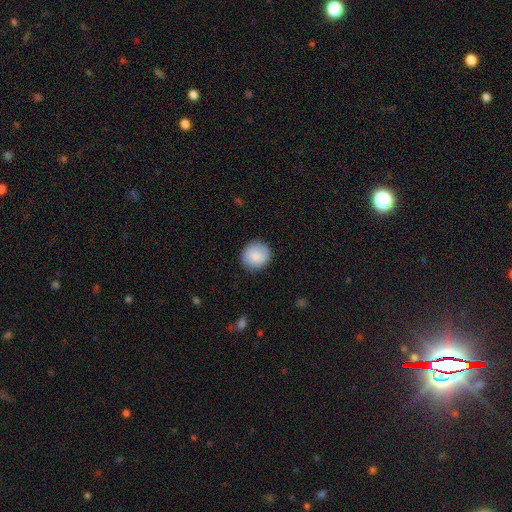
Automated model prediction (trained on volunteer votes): Smooth or featured: smooth — 88% (star or artifact — 7%)
How rounded: round — 91% (in between — 9%)
Merging: none — 90% (minor disturbance — 7%)